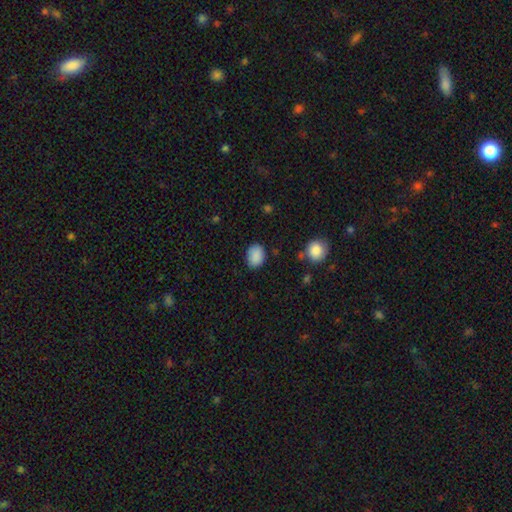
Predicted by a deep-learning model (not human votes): Q: Smooth or featured?
A: smooth (89%); runner-up: star or artifact (8%)
Q: How rounded?
A: in between (65%); runner-up: round (34%)
Q: Merging?
A: none (83%); runner-up: minor disturbance (12%)